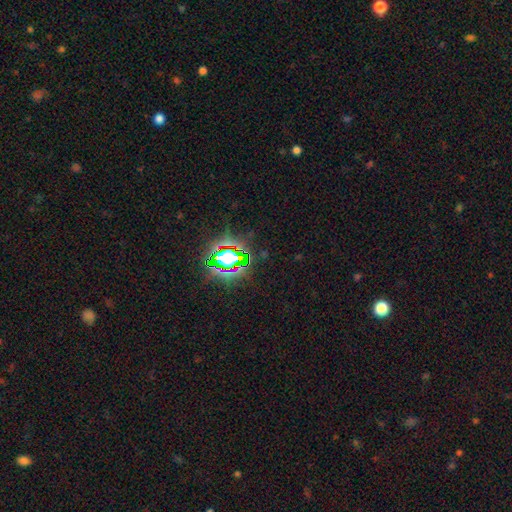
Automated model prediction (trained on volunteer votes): A star or artifact, not a galaxy (78%).

Vote fractions:
- Smooth or featured? star or artifact: 78% / smooth: 13% / featured or disk: 9%